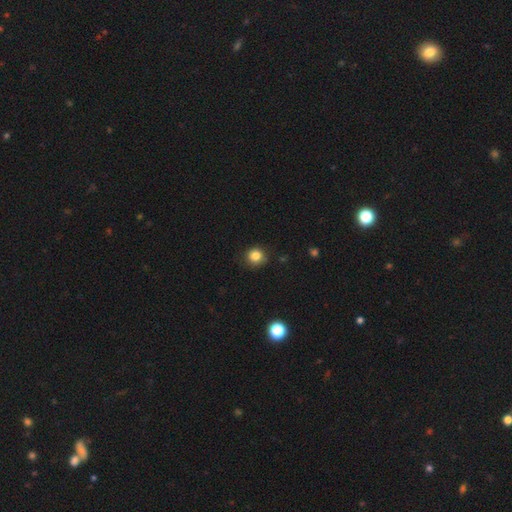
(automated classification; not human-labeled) Smooth or featured?
  - smooth: 83% *
  - star or artifact: 12%
  - featured or disk: 5%
How rounded?
  - round: 88% *
  - in between: 11%
  - cigar-shaped: 1%
Merging?
  - none: 82% *
  - minor disturbance: 13%
  - major disturbance: 3%
  - merger: 1%